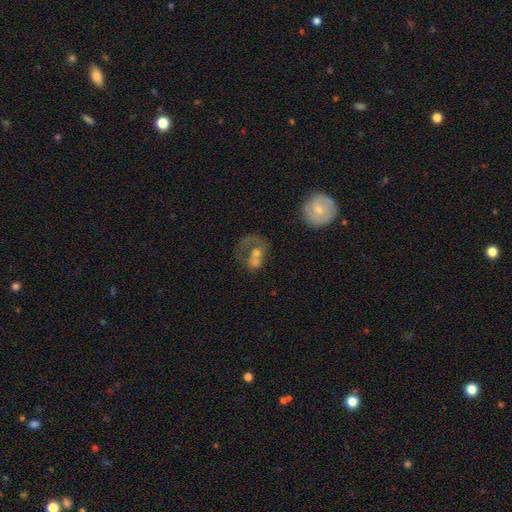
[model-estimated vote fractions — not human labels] A featured or disk galaxy (49%).

Vote fractions:
- Smooth or featured? featured or disk: 49% / smooth: 41% / star or artifact: 11%
- Merging? merger: 49% / major disturbance: 24% / none: 17% / minor disturbance: 9%